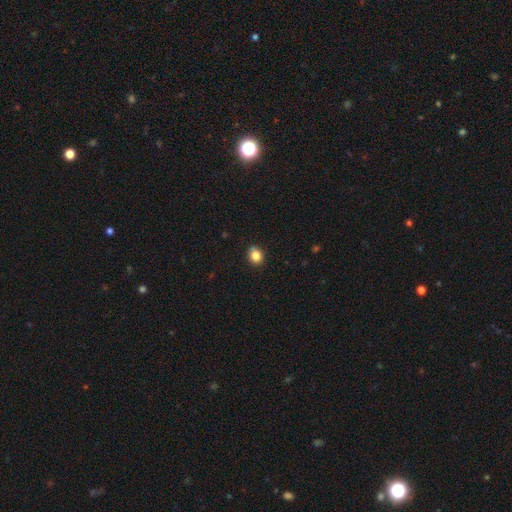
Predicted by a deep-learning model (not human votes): A smooth galaxy with no disk features (83%) that is round (71%).

Vote fractions:
- Smooth or featured? smooth: 83% / star or artifact: 11% / featured or disk: 6%
- How rounded? round: 71% / in between: 28% / cigar-shaped: 1%
- Merging? none: 83% / minor disturbance: 13% / major disturbance: 2% / merger: 2%